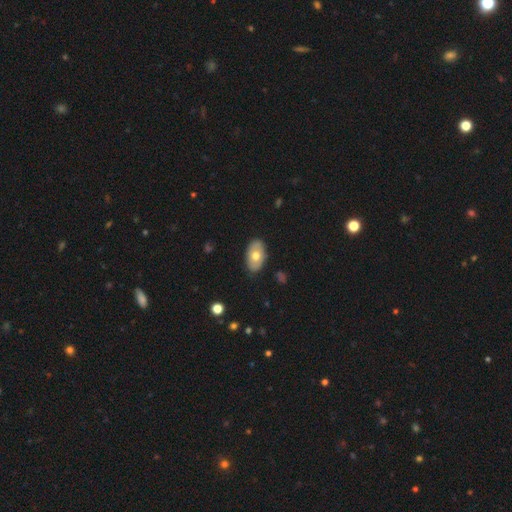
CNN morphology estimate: Smooth or featured? smooth (63%)
How rounded? in between (92%)
Merging? none (85%)